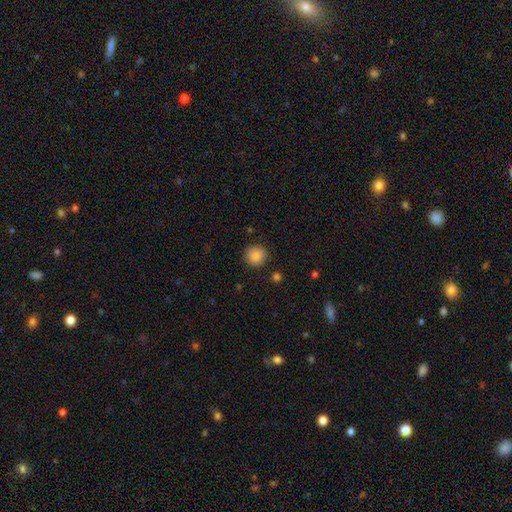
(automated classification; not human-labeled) A smooth galaxy with no disk features (88%) that is round (93%).

Vote fractions:
- Smooth or featured? smooth: 88% / star or artifact: 9% / featured or disk: 3%
- How rounded? round: 93% / in between: 6% / cigar-shaped: 1%
- Merging? none: 89% / minor disturbance: 7% / major disturbance: 2% / merger: 2%